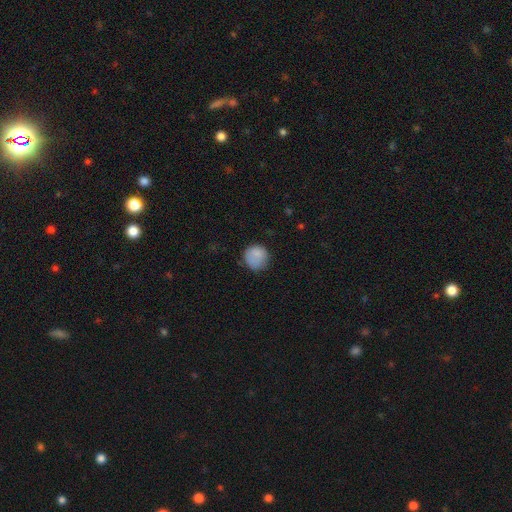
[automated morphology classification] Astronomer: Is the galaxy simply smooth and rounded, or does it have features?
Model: smooth — 83%.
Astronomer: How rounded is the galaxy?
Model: round — 89%.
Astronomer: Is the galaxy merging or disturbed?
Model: none — 70%.